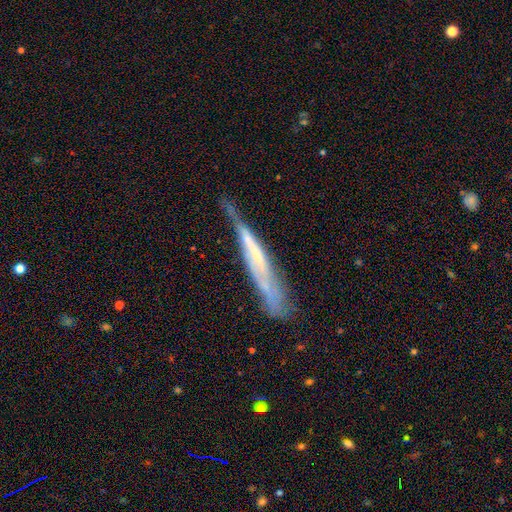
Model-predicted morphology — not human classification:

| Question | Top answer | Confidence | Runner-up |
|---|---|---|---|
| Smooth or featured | featured or disk | 68% | smooth (25%) |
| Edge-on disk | yes | 80% | no (20%) |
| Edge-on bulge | none | 64% | rounded (20%) |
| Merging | none | 52% | minor disturbance (30%) |